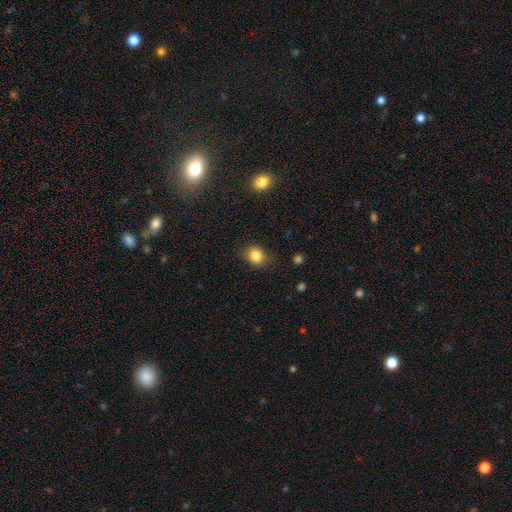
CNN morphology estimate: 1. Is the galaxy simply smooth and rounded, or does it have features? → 83% smooth, 10% star or artifact, 6% featured or disk.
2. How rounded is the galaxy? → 61% round, 38% in between, 1% cigar-shaped.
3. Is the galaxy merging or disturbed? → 79% none, 16% minor disturbance, 4% major disturbance, 1% merger.